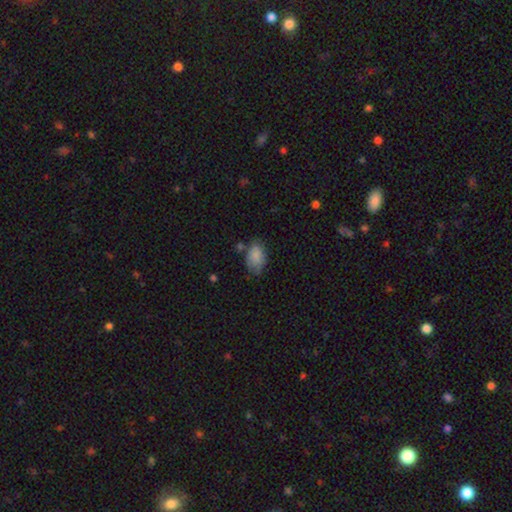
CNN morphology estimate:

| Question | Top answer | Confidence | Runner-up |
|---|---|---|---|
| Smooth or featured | smooth | 84% | featured or disk (8%) |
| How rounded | in between | 89% | round (9%) |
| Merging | none | 58% | minor disturbance (28%) |